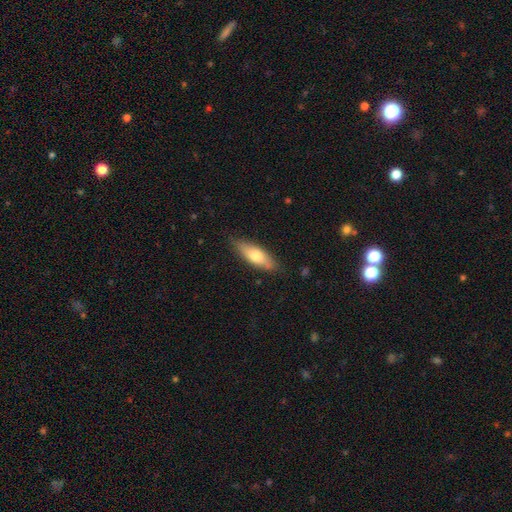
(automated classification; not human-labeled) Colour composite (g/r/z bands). It shows a smooth galaxy with no disk features (67%) that is in between round and cigar-shaped (59%). Merging: none (82%).